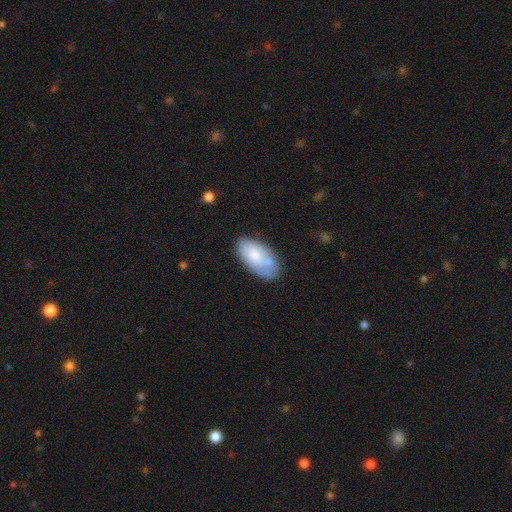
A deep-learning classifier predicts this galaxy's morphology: Smooth or featured: smooth — 71% (featured or disk — 23%)
How rounded: in between — 95% (cigar-shaped — 3%)
Merging: none — 56% (minor disturbance — 24%)